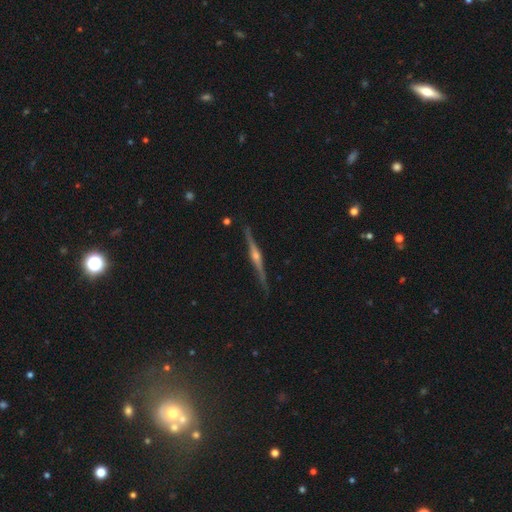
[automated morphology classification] Smooth or featured?
  - featured or disk: 87% *
  - smooth: 8%
  - star or artifact: 5%
Edge-on disk?
  - yes: 98% *
  - no: 2%
Edge-on bulge?
  - rounded: 89% *
  - boxy: 7%
  - none: 5%
Merging?
  - none: 90% *
  - minor disturbance: 8%
  - major disturbance: 1%
  - merger: 1%